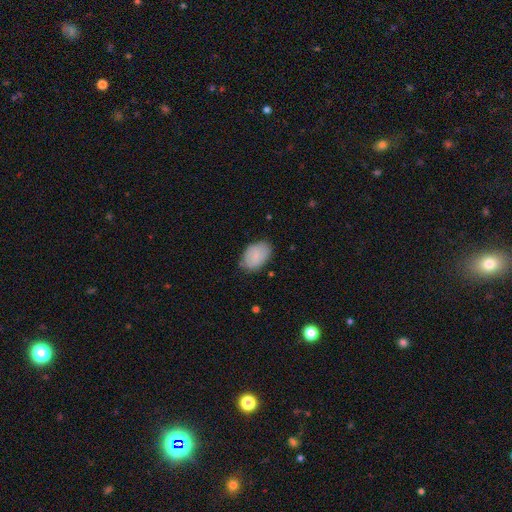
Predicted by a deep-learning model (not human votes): This appears to be a smooth galaxy with no disk features (81%) that is in between round and cigar-shaped (90%). Merging: none (73%).